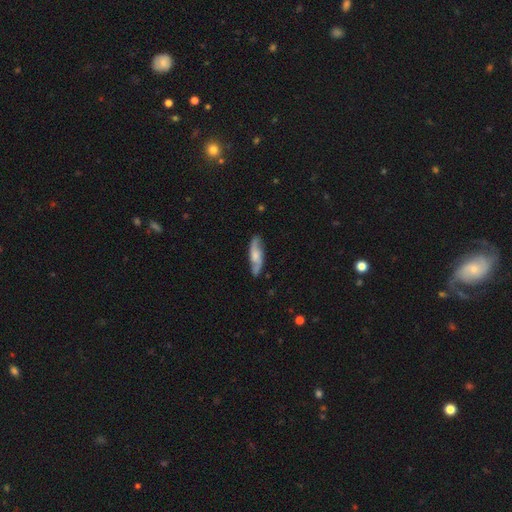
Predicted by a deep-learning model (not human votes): Morphology: type=featured or disk (63%); edge-on=no (76%); merging=none (81%).